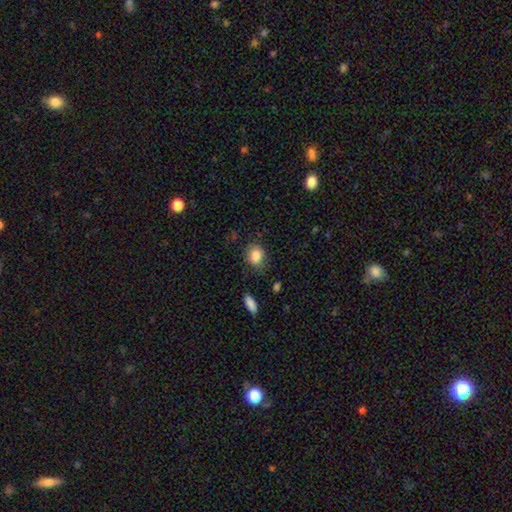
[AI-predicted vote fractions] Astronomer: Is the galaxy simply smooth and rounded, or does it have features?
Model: smooth — 86%.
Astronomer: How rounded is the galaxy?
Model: in between — 52% (runner-up: round, 47%).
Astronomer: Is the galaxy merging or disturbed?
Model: none — 76%.